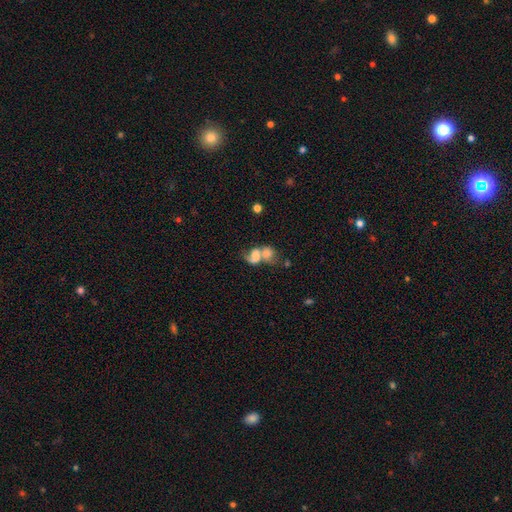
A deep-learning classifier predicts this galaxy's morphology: type=smooth (54%); roundness=in between (61%); merging=merger (71%).